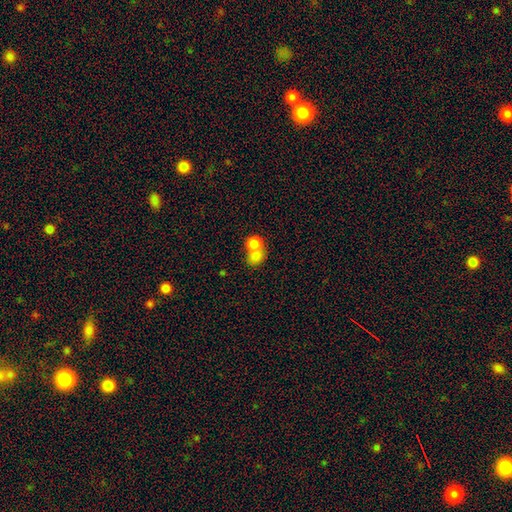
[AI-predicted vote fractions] A smooth galaxy with no disk features (79%) that is round (73%). Merging: merger (66%).